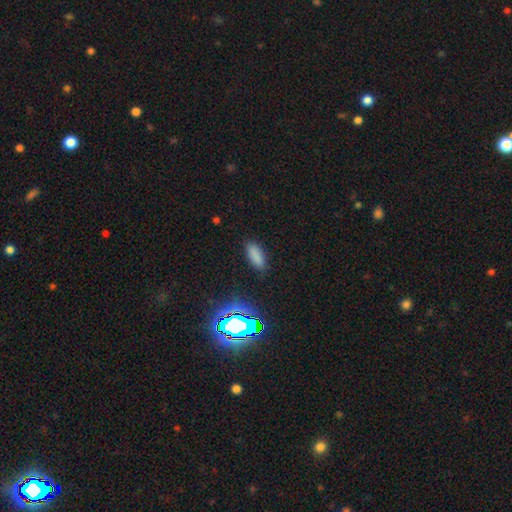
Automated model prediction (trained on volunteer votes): Smooth or featured? Predicted: smooth (p=0.80). How rounded? Predicted: in between (p=0.79). Merging? Predicted: none (p=0.85).